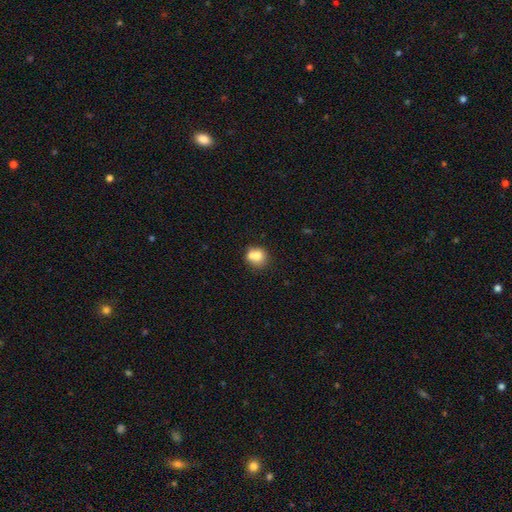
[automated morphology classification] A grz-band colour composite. It shows a smooth galaxy with no disk features (73%) that is round (75%). Merging: none (44%).